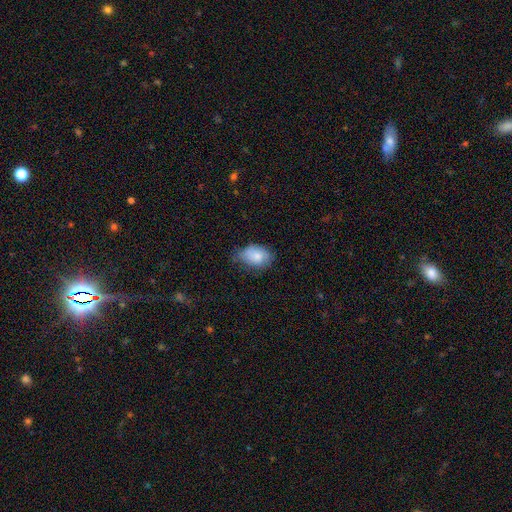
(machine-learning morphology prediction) type=smooth (81%); roundness=in between (84%); merging=none (55%).